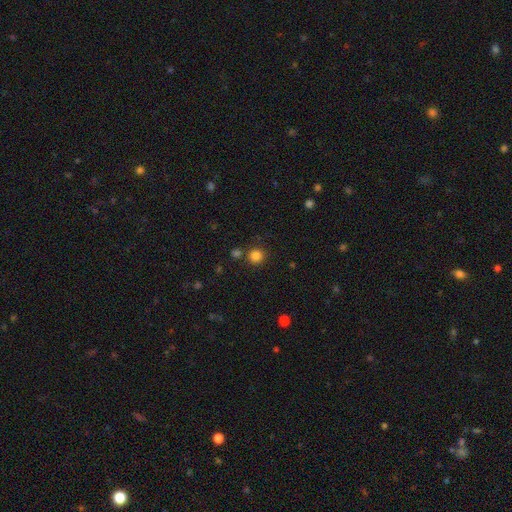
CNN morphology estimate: Smooth or featured?
  - smooth: 84% *
  - star or artifact: 13%
  - featured or disk: 4%
How rounded?
  - round: 93% *
  - in between: 6%
  - cigar-shaped: 1%
Merging?
  - none: 83% *
  - minor disturbance: 7%
  - merger: 7%
  - major disturbance: 3%